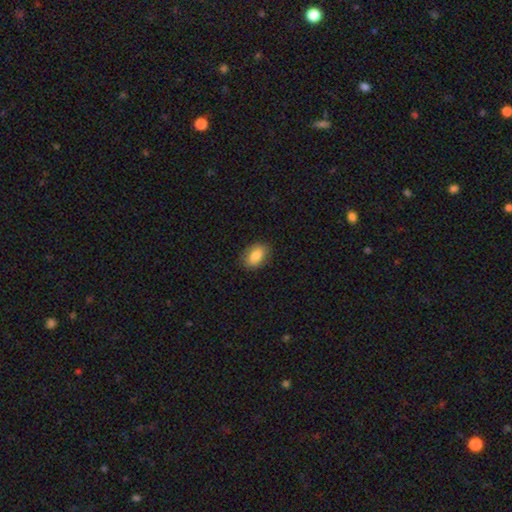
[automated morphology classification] Smooth or featured: smooth — 85% (featured or disk — 8%)
How rounded: in between — 87% (round — 11%)
Merging: none — 84% (minor disturbance — 12%)